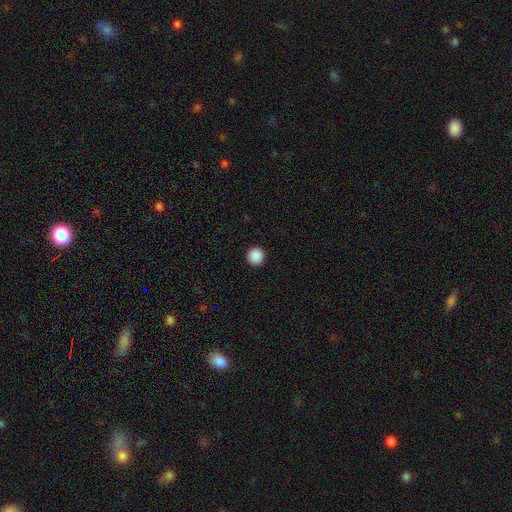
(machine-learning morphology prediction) Smooth or featured?
  - smooth: 89% *
  - star or artifact: 9%
  - featured or disk: 2%
How rounded?
  - round: 95% *
  - in between: 4%
  - cigar-shaped: 1%
Merging?
  - none: 94% *
  - minor disturbance: 4%
  - major disturbance: 2%
  - merger: 1%